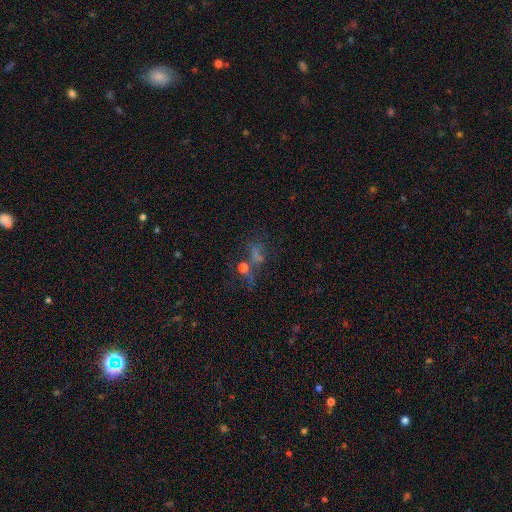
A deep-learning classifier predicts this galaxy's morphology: Smooth or featured? Predicted: star or artifact (p=0.40).